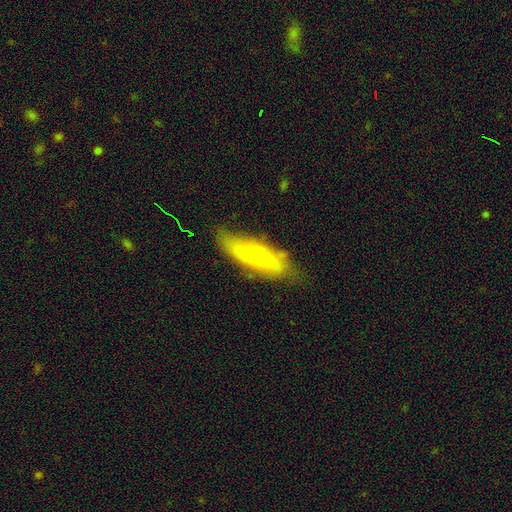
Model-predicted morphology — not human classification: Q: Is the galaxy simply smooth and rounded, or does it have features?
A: smooth — 49%.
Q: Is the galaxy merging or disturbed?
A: none — 66%.